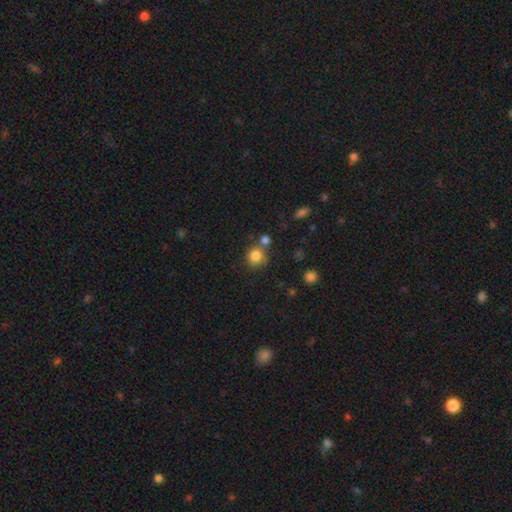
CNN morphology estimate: smooth-or-featured: smooth: 82% | star or artifact: 11% | featured or disk: 7%
  how-rounded: round: 85% | in between: 14% | cigar-shaped: 1%
  merging: none: 60% | merger: 23% | minor disturbance: 13% | major disturbance: 5%